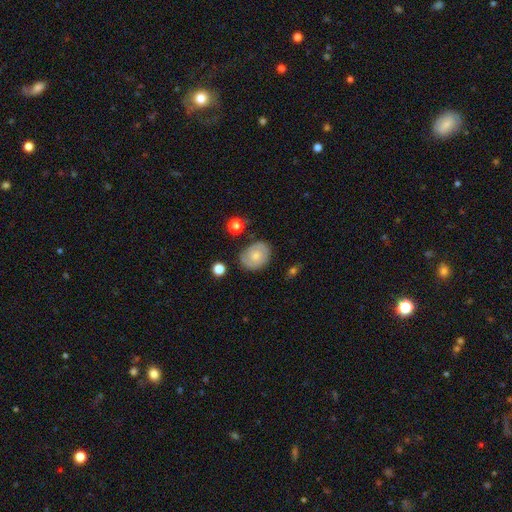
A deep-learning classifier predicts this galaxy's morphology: Smooth or featured: featured or disk — 48% (smooth — 44%)
Merging: none — 73% (minor disturbance — 20%)